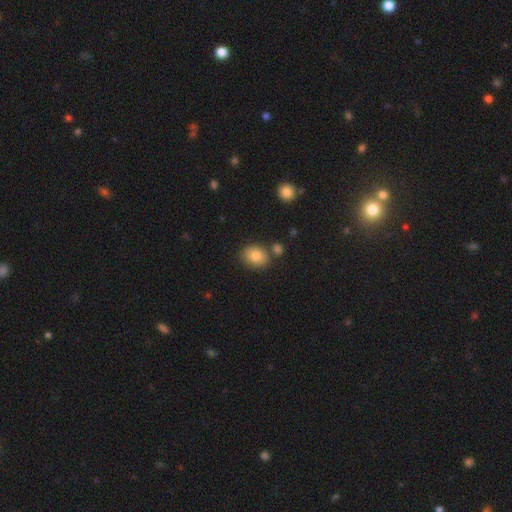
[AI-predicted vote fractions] The model was most divided on "how rounded": in between: 55%, round: 44%, cigar-shaped: 1%. More confident: smooth or featured — smooth (83%); merging — none (75%).